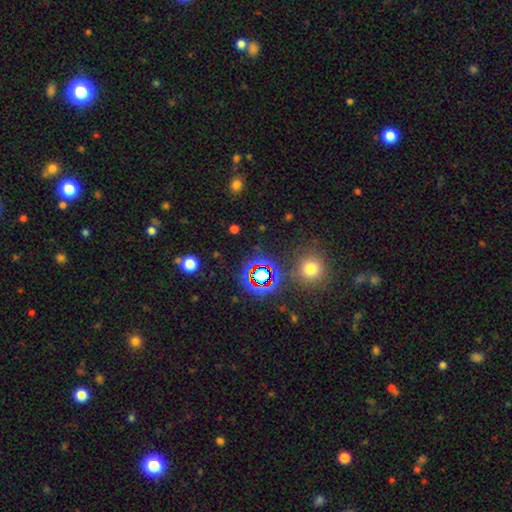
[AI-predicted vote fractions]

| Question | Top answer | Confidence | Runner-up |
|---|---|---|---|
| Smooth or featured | star or artifact | 45% | smooth (42%) |